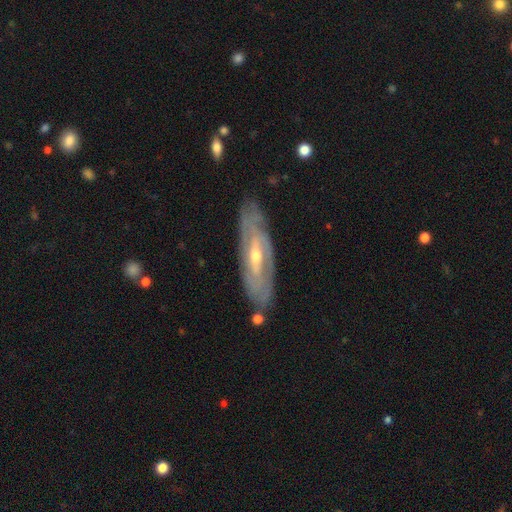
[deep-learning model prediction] The model was most divided on "bulge size": small: 51%, moderate: 46%, large: 2%, none: 1%, dominant: 1%. Remaining: spiral arms — yes (83%); merging — none (82%); smooth or featured — featured or disk (82%); edge-on disk — no (78%); spiral winding — tight (69%); spiral arm count — can't tell (51%); bar — weak (42%).